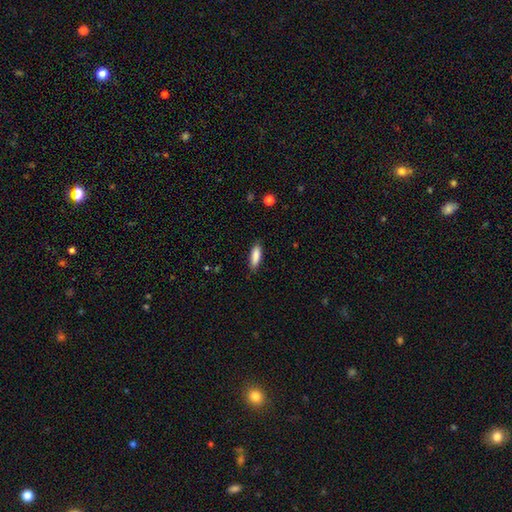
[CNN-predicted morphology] A smooth galaxy with no disk features (86%) that is in between round and cigar-shaped (55%).

Vote fractions:
- Smooth or featured? smooth: 86% / featured or disk: 7% / star or artifact: 6%
- How rounded? in between: 55% / cigar-shaped: 43% / round: 2%
- Merging? none: 85% / minor disturbance: 11% / major disturbance: 2% / merger: 1%